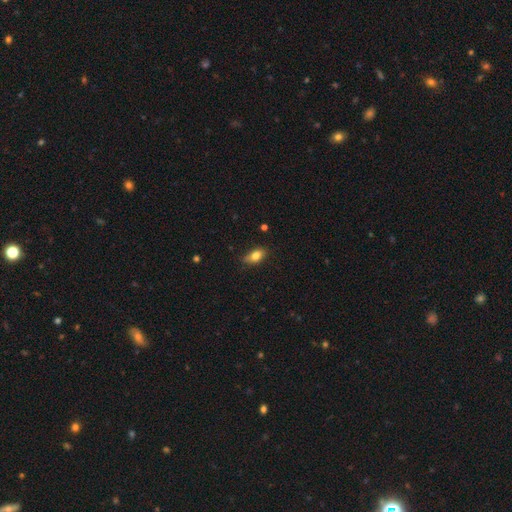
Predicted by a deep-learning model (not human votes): smooth-or-featured: smooth: 77% | featured or disk: 15% | star or artifact: 8%
  how-rounded: in between: 85% | round: 8% | cigar-shaped: 8%
  merging: none: 77% | minor disturbance: 19% | major disturbance: 3% | merger: 1%